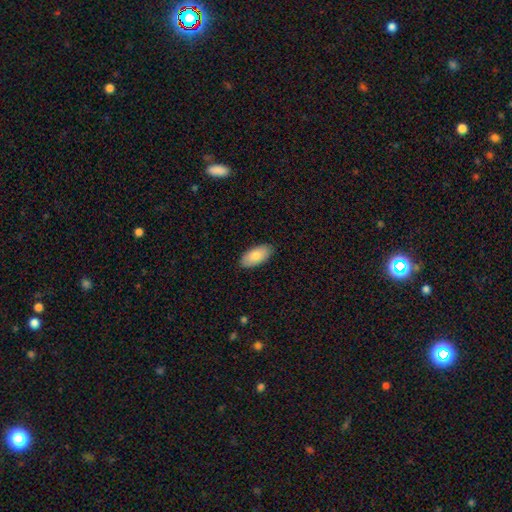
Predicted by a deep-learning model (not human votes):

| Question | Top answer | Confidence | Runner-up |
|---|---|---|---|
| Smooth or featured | smooth | 85% | featured or disk (9%) |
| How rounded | in between | 94% | cigar-shaped (4%) |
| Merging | none | 87% | minor disturbance (10%) |